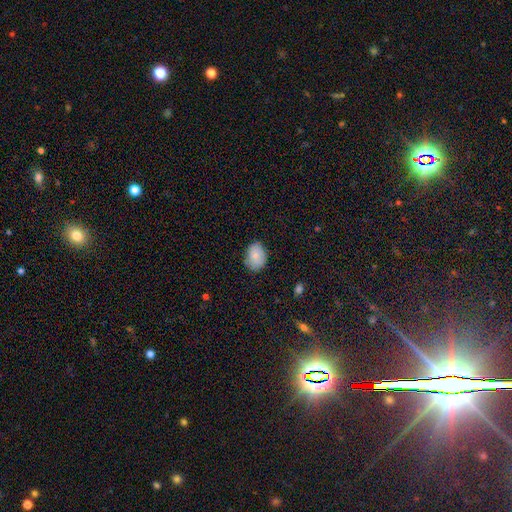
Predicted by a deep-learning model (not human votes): smooth-or-featured: smooth: 81% | featured or disk: 11% | star or artifact: 8%
  how-rounded: in between: 72% | round: 27% | cigar-shaped: 1%
  merging: none: 77% | minor disturbance: 18% | major disturbance: 3% | merger: 1%